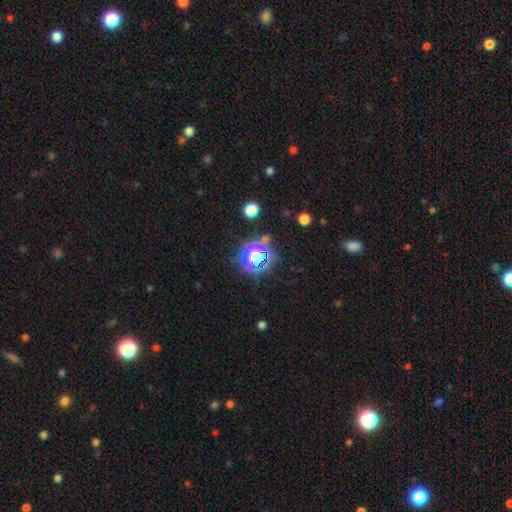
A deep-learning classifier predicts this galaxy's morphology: A star or artifact, not a galaxy (69%).

Vote fractions:
- Smooth or featured? star or artifact: 69% / smooth: 23% / featured or disk: 8%